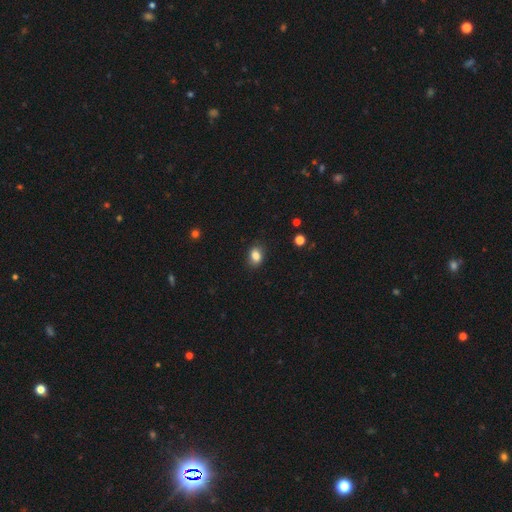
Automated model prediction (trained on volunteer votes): Smooth or featured: smooth — 84% (star or artifact — 10%)
How rounded: in between — 69% (round — 30%)
Merging: none — 82% (minor disturbance — 14%)